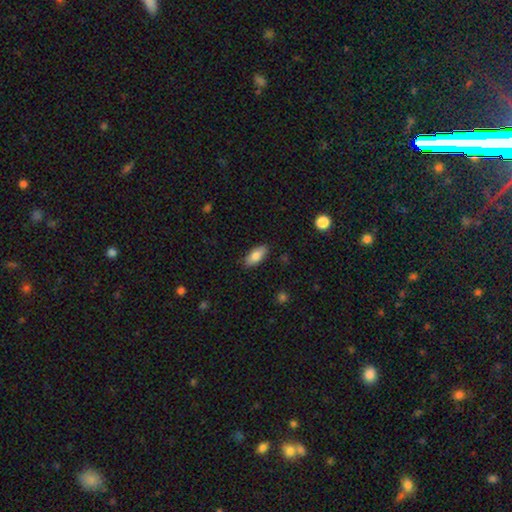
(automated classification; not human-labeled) Smooth or featured? smooth (82%)
How rounded? in between (85%)
Merging? none (87%)